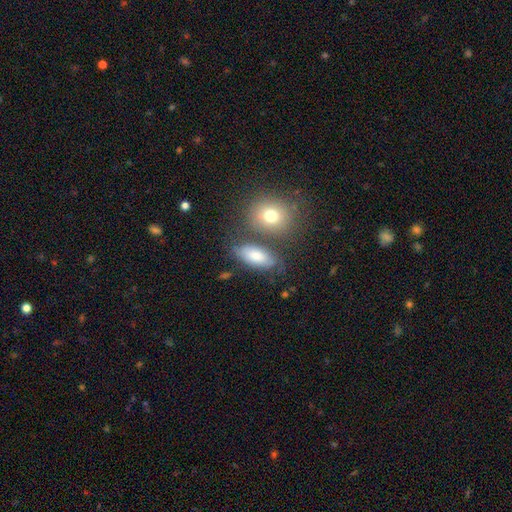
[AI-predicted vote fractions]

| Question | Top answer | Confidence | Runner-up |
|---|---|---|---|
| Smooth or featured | smooth | 69% | featured or disk (22%) |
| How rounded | in between | 86% | round (7%) |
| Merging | none | 62% | minor disturbance (18%) |